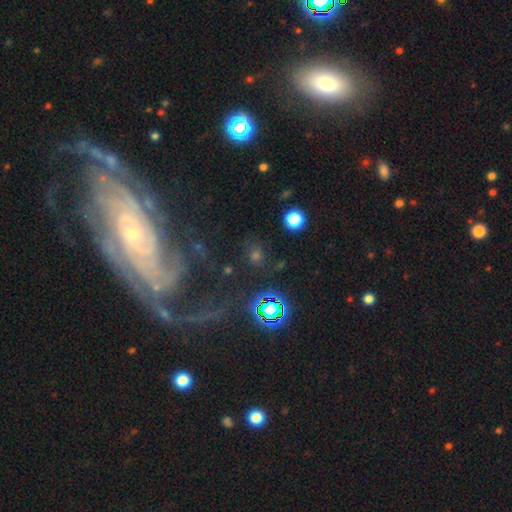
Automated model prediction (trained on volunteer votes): The model was most divided on "smooth or featured": smooth: 43%, star or artifact: 35%, featured or disk: 22%. More confident: merging — none (78%).